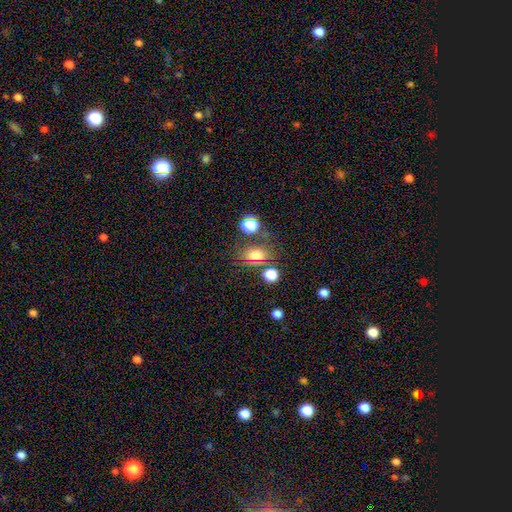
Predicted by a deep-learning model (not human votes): Smooth or featured: smooth — 63% (star or artifact — 25%)
How rounded: in between — 63% (round — 35%)
Merging: none — 70% (minor disturbance — 14%)